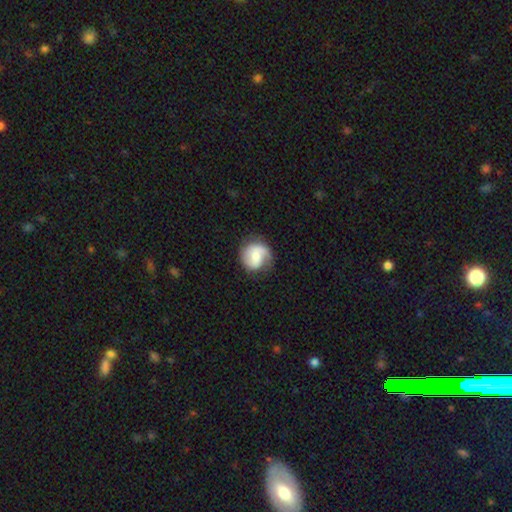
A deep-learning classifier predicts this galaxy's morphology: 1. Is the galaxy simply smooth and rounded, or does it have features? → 56% featured or disk, 37% smooth, 7% star or artifact.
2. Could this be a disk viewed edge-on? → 98% no, 2% yes.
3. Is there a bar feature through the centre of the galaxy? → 51% no, 39% weak, 10% strong.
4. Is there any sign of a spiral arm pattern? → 88% yes, 12% no.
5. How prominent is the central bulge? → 47% moderate, 39% small, 7% large, 5% none, 2% dominant.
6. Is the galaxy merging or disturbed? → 67% none, 21% minor disturbance, 10% major disturbance, 1% merger.